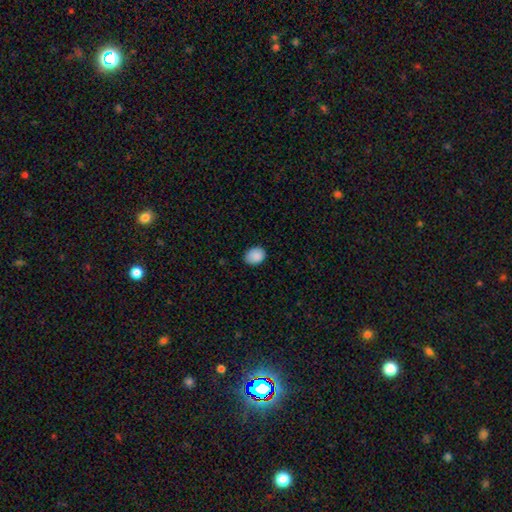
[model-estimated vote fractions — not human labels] Overall: smooth (89%). How rounded: in between (56%; round 43%). Merging: none (82%).